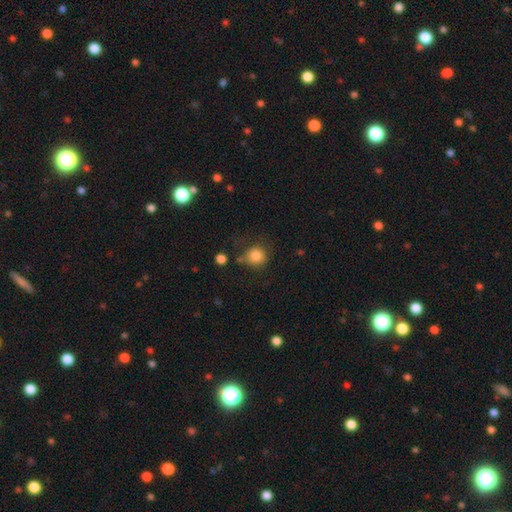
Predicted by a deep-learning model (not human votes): A smooth galaxy with no disk features (84%) that is round (87%). Merging: none (68%).